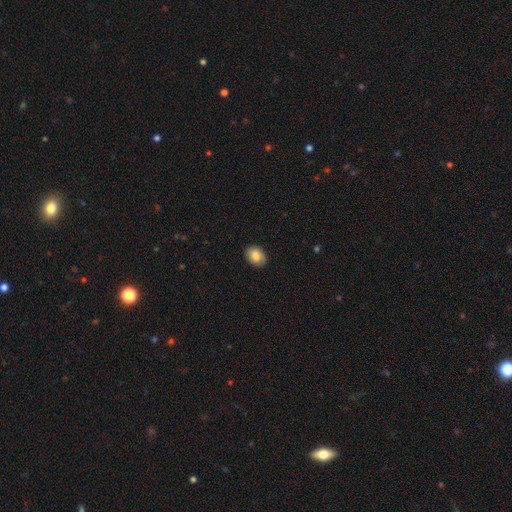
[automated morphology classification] Overall: smooth (83%). How rounded: in between (70%). Merging: none (88%).